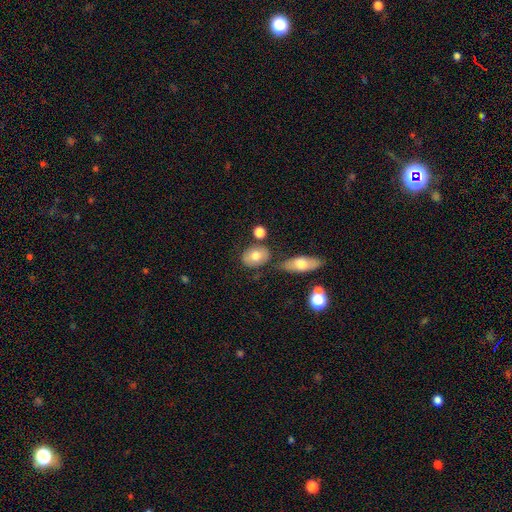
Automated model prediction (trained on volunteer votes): A smooth galaxy with no disk features (72%) that is in between round and cigar-shaped (70%). Merging: none (70%).